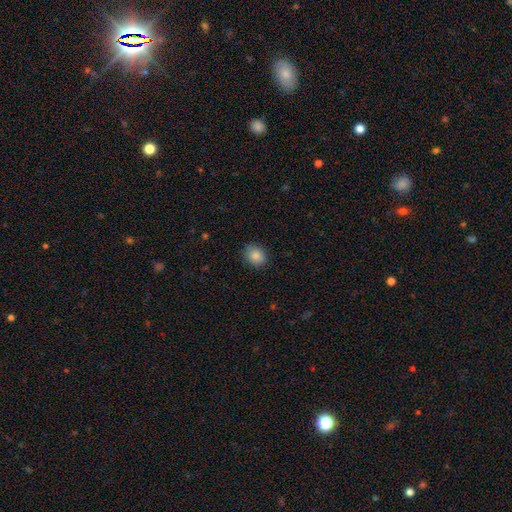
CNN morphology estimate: A smooth galaxy with no disk features (87%) that is round (53%). Merging: none (86%).